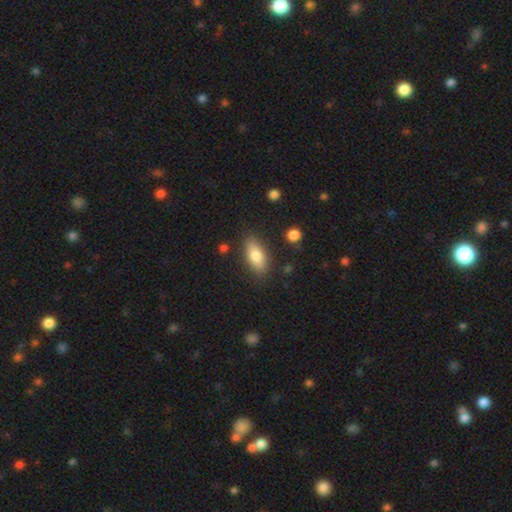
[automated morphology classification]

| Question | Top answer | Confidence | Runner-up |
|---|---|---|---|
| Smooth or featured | smooth | 77% | featured or disk (16%) |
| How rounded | in between | 78% | cigar-shaped (19%) |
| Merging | none | 83% | minor disturbance (12%) |